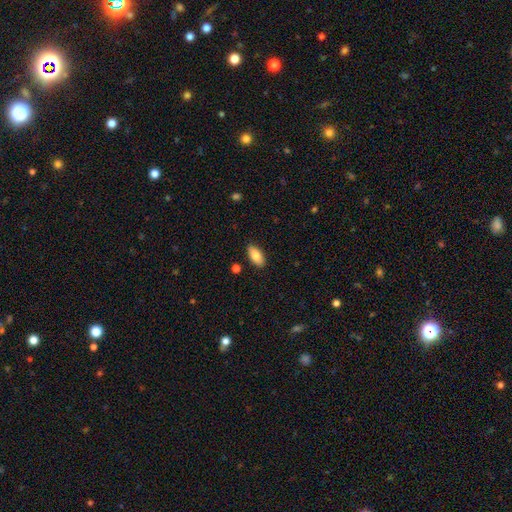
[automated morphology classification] The model was most divided on "smooth or featured": smooth: 81%, featured or disk: 12%, star or artifact: 7%. More confident: how rounded — in between (92%); merging — none (87%).